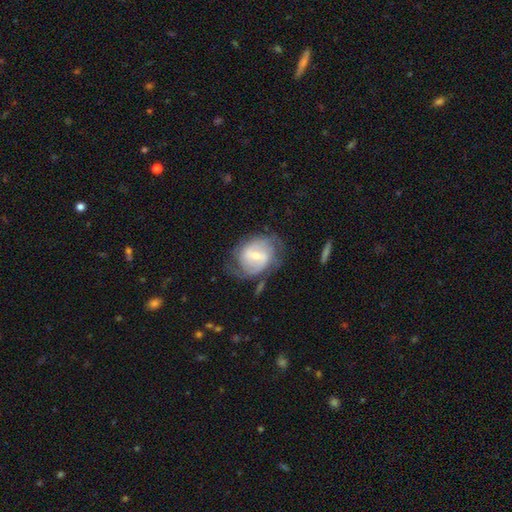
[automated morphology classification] Smooth or featured? featured or disk (78%)
Edge-on disk? no (97%)
Bar? weak (56%)
Spiral arms? yes (91%)
Spiral winding? medium (43%)
Spiral arm count? 2 (64%)
Bulge size? small (51%)
Merging? none (62%)